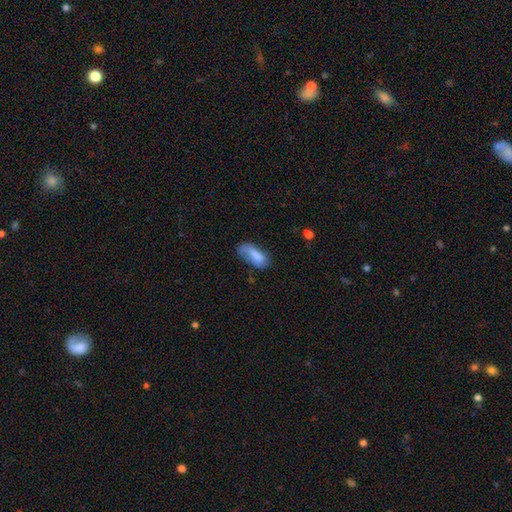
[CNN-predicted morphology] This is likely a smooth galaxy (69%). How rounded: clearly in between (84%). Merging: marginally none (40%).